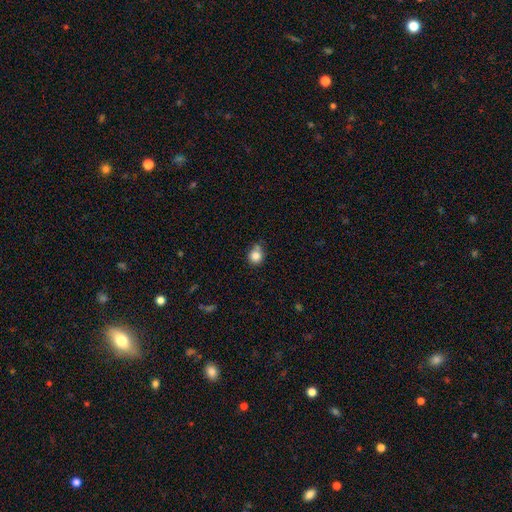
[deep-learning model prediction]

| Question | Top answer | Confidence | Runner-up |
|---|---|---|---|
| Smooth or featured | smooth | 84% | star or artifact (11%) |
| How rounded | round | 87% | in between (12%) |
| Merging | none | 65% | minor disturbance (21%) |